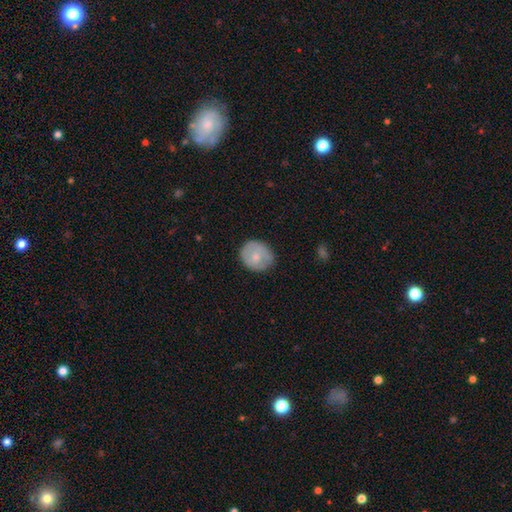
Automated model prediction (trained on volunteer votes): The model was most divided on "smooth or featured": smooth: 62%, featured or disk: 32%, star or artifact: 6%. More confident: merging — none (80%); how rounded — round (77%).